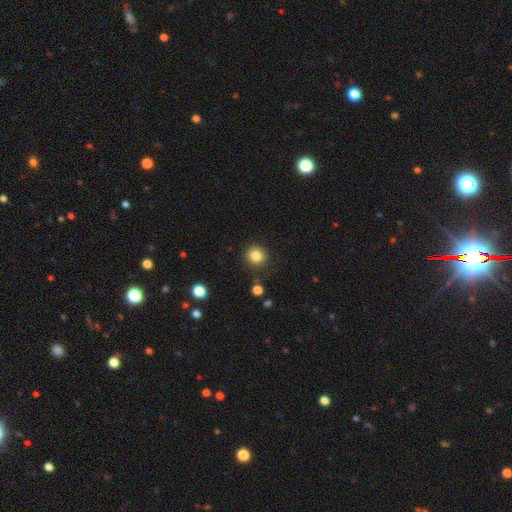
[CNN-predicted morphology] This appears to be a smooth galaxy with no disk features (83%) that is round (92%). Merging: none (89%).